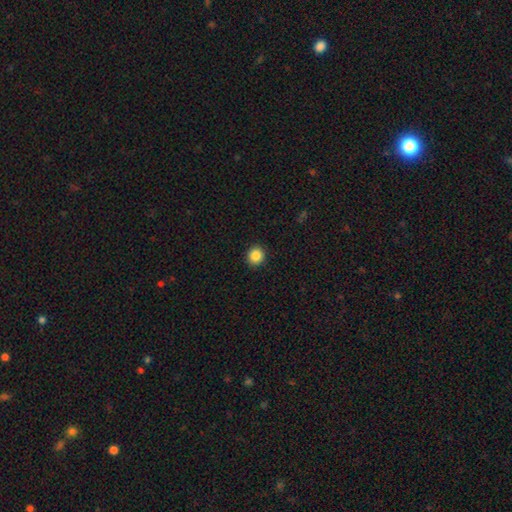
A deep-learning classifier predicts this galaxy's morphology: smooth-or-featured: smooth: 86% | star or artifact: 10% | featured or disk: 4%
  how-rounded: round: 89% | in between: 10% | cigar-shaped: 1%
  merging: none: 93% | minor disturbance: 5% | major disturbance: 2% | merger: 1%